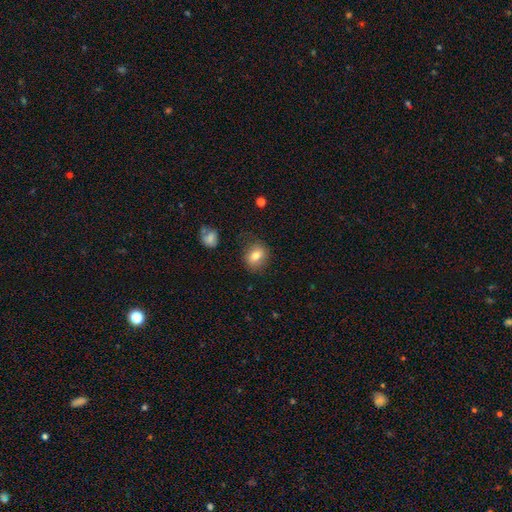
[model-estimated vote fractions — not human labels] Smooth or featured? Predicted: smooth (p=0.78). How rounded? Predicted: in between (p=0.51). Merging? Predicted: none (p=0.77).